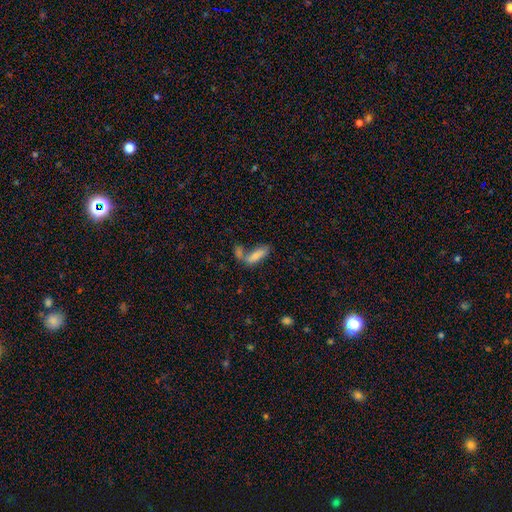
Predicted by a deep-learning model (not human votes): Q: Smooth or featured?
A: smooth (76%); runner-up: featured or disk (15%)
Q: How rounded?
A: in between (57%); runner-up: cigar-shaped (40%)
Q: Merging?
A: merger (48%); runner-up: none (32%)